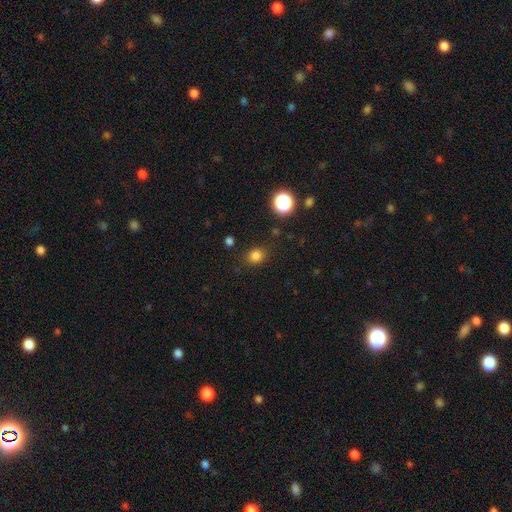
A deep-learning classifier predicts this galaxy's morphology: This appears to be a smooth galaxy with no disk features (81%) that is round (67%). Merging: none (84%).